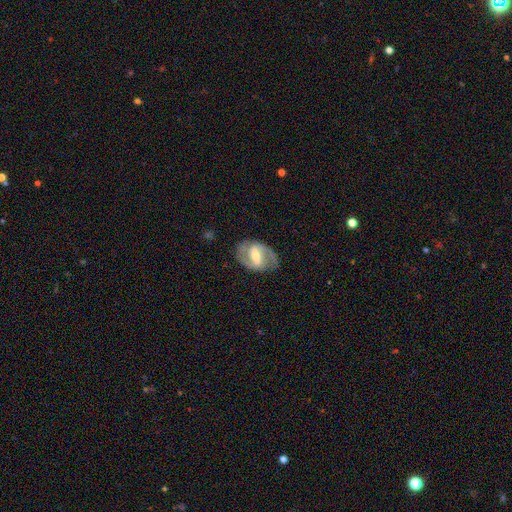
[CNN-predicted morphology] featured or disk 82%, smooth 13%, star or artifact 5%. Down the decision tree: edge-on disk — no (96%); bar — strong (53%); spiral arms — yes (90%); spiral arm count — 2 (90%); spiral winding — medium (54%); bulge size — moderate (51%); merging — none (80%).